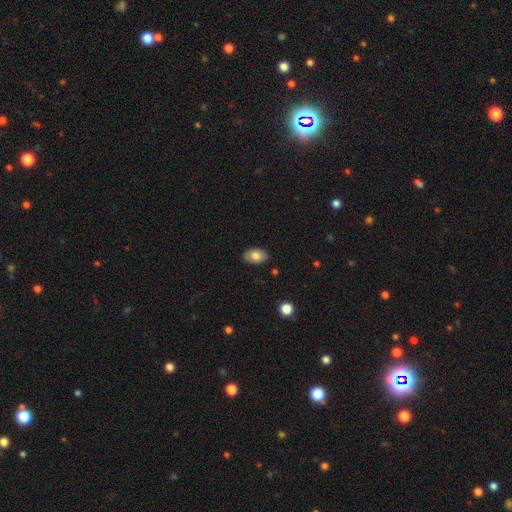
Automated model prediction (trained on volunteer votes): smooth_or_featured: smooth (p=0.76) [alt: featured or disk p=0.16]
how_rounded: in between (p=0.91) [alt: round p=0.08]
merging: none (p=0.86) [alt: minor disturbance p=0.11]